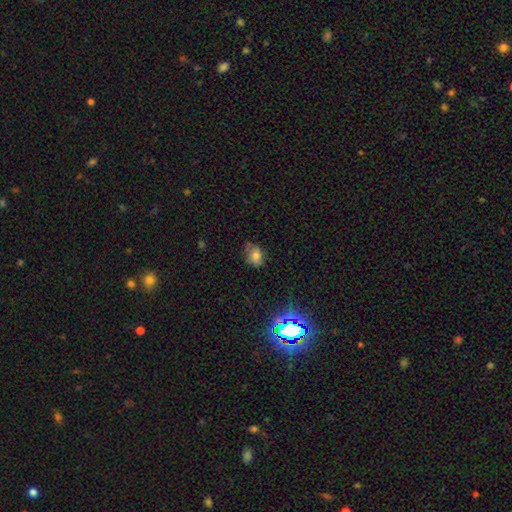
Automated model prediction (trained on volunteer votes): A smooth galaxy with no disk features (72%) that is in between round and cigar-shaped (64%).

Vote fractions:
- Smooth or featured? smooth: 72% / star or artifact: 15% / featured or disk: 13%
- How rounded? in between: 64% / round: 34% / cigar-shaped: 1%
- Merging? none: 59% / minor disturbance: 31% / major disturbance: 8% / merger: 2%